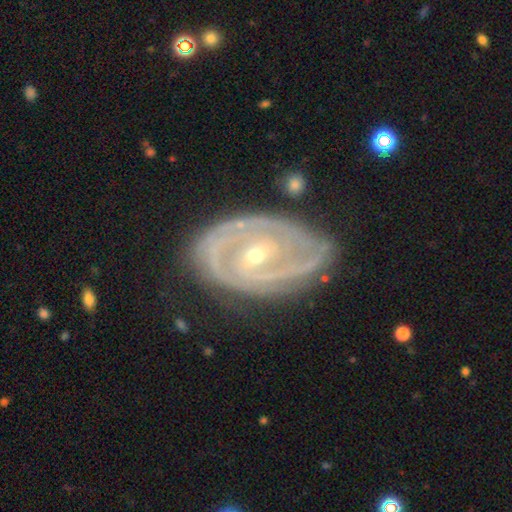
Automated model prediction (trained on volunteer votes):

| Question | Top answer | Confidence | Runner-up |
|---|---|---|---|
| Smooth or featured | featured or disk | 89% | smooth (6%) |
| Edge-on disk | no | 96% | yes (4%) |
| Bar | weak | 40% | no (37%) |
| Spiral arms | yes | 94% | no (6%) |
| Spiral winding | tight | 69% | medium (25%) |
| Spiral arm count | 2 | 55% | can't tell (17%) |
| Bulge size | small | 62% | moderate (35%) |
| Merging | none | 74% | minor disturbance (18%) |